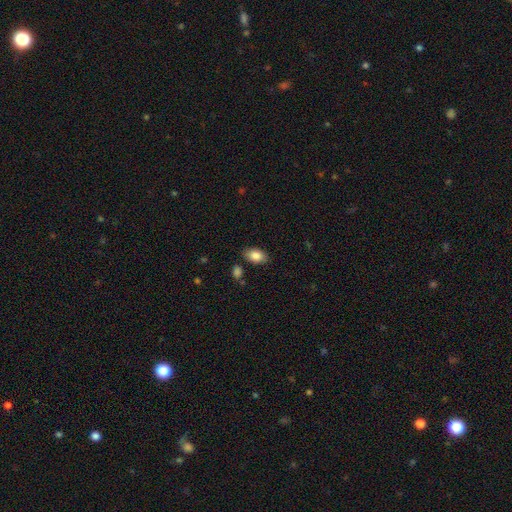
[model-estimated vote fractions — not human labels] Overall: smooth (85%). How rounded: in between (91%). Merging: none (84%).